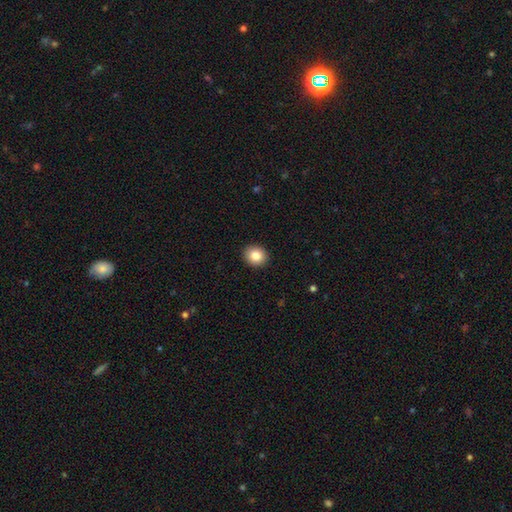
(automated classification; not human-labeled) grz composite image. It shows a smooth galaxy with no disk features (84%) that is round (72%). Merging: none (92%).